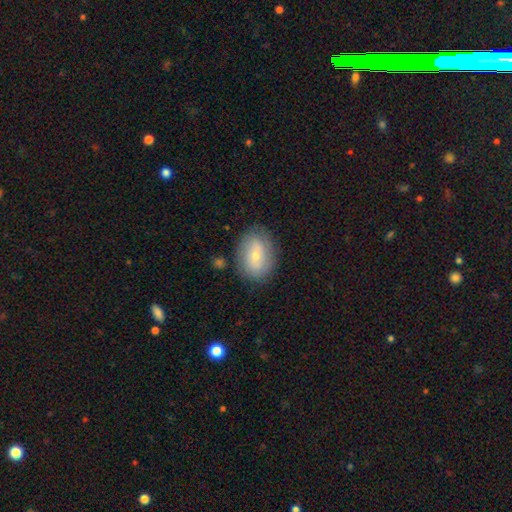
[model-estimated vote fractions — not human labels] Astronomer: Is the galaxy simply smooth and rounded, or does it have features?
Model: smooth — 53% (runner-up: featured or disk, 39%).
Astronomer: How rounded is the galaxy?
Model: in between — 68%.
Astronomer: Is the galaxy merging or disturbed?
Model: none — 80%.